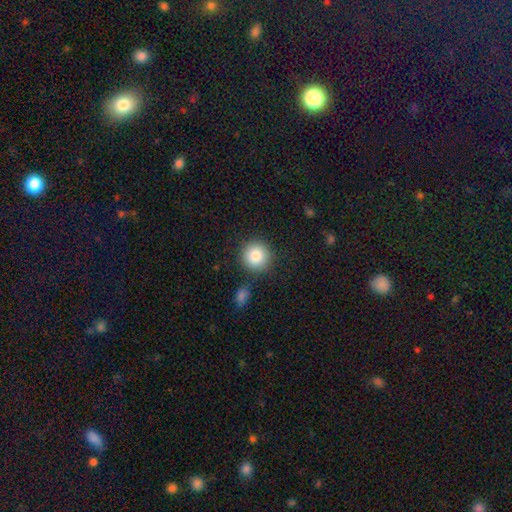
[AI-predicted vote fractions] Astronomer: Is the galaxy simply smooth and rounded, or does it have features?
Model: smooth — 84%.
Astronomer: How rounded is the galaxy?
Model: round — 94%.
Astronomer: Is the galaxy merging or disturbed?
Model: none — 85%.